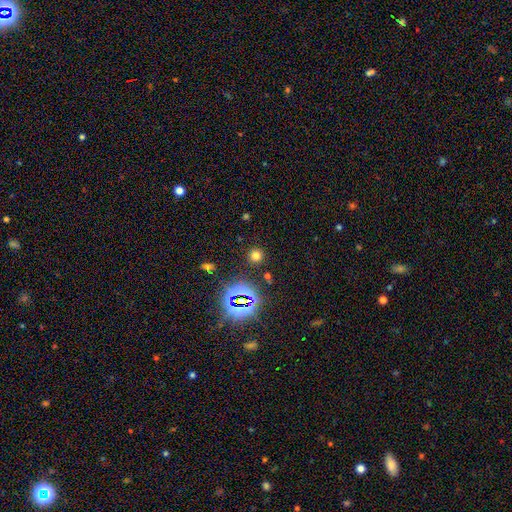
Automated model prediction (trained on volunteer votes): A smooth galaxy with no disk features (65%) that is round (92%).

Vote fractions:
- Smooth or featured? smooth: 65% / star or artifact: 29% / featured or disk: 6%
- How rounded? round: 92% / in between: 7% / cigar-shaped: 1%
- Merging? none: 89% / minor disturbance: 6% / major disturbance: 3% / merger: 2%